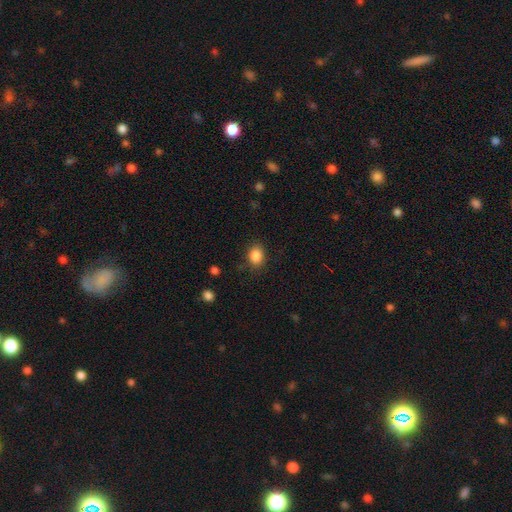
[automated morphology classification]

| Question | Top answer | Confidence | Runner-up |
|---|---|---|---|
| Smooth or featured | smooth | 86% | star or artifact (10%) |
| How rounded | in between | 56% | round (43%) |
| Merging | none | 83% | minor disturbance (12%) |